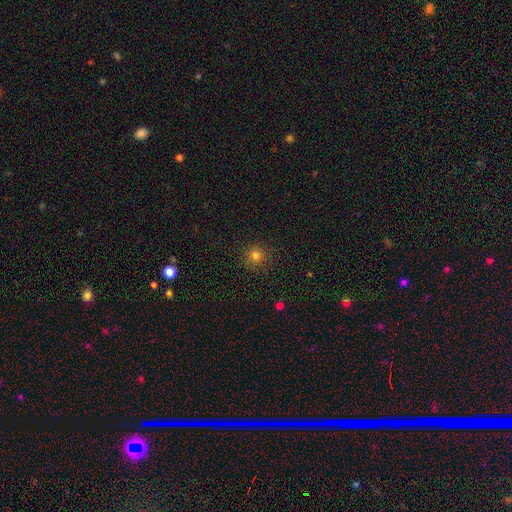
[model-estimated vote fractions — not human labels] This appears to be a smooth galaxy with no disk features (78%) that is round (94%). Merging: none (89%).